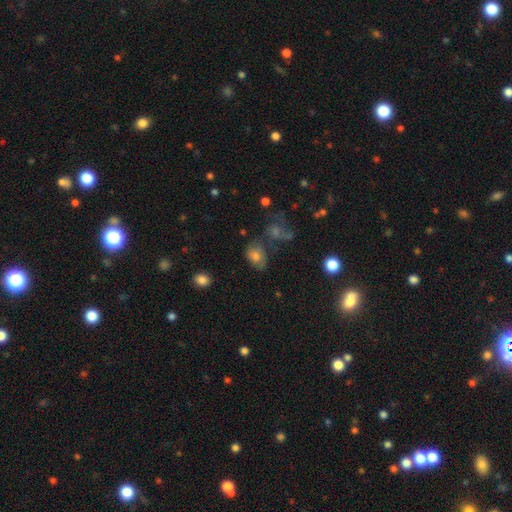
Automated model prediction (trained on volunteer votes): smooth-or-featured: smooth: 63% | featured or disk: 24% | star or artifact: 13%
  how-rounded: in between: 63% | round: 36% | cigar-shaped: 1%
  merging: none: 45% | minor disturbance: 22% | merger: 19% | major disturbance: 14%